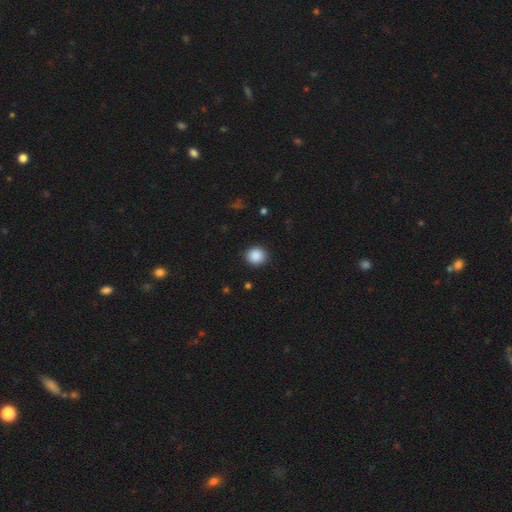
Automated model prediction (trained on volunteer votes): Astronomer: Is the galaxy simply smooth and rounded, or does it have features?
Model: smooth — 89%.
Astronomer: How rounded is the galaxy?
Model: round — 83%.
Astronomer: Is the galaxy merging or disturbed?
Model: none — 91%.